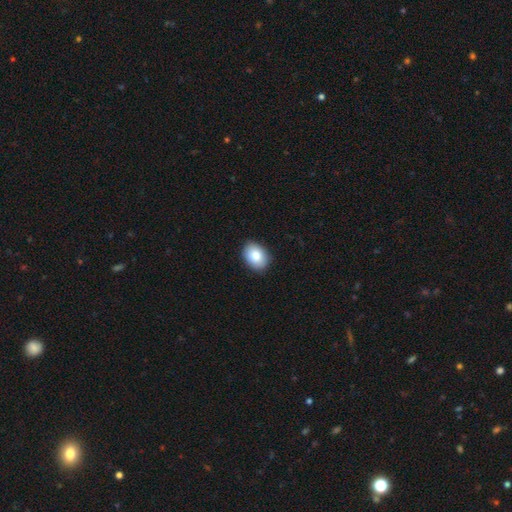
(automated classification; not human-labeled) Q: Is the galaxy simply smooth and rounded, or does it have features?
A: smooth — 83%.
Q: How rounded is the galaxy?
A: in between — 71%.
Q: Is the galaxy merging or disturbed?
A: none — 89%.